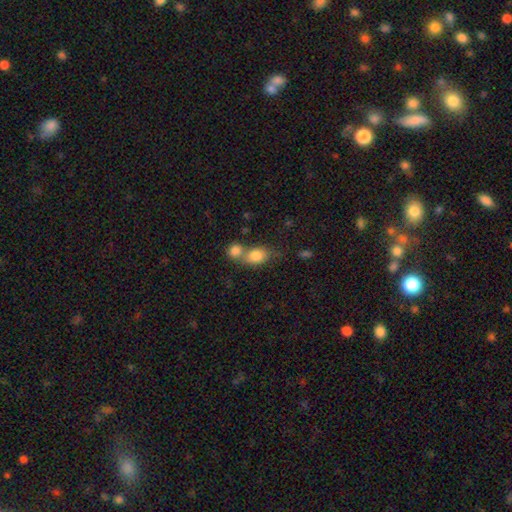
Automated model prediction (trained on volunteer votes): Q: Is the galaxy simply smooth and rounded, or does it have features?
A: smooth — 81%.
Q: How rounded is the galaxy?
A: in between — 59%.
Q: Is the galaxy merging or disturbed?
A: merger — 59%.